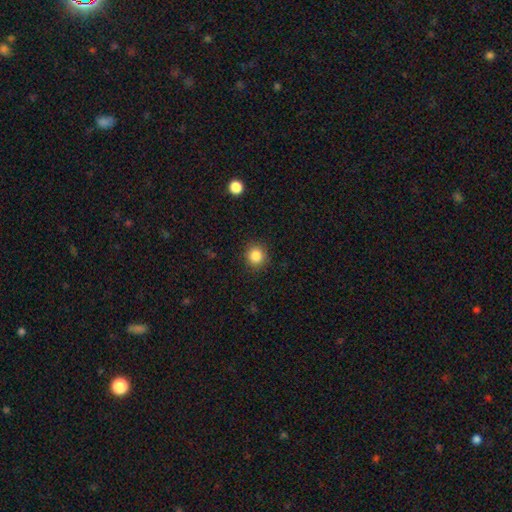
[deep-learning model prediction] A smooth galaxy with no disk features (85%) that is round (91%). Merging: none (90%).